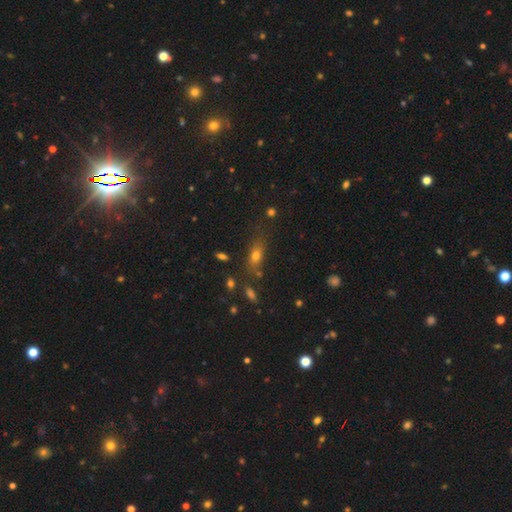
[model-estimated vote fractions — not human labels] Q: Smooth or featured?
A: smooth (66%); runner-up: star or artifact (20%)
Q: How rounded?
A: in between (65%); runner-up: cigar-shaped (20%)
Q: Merging?
A: none (67%); runner-up: minor disturbance (17%)